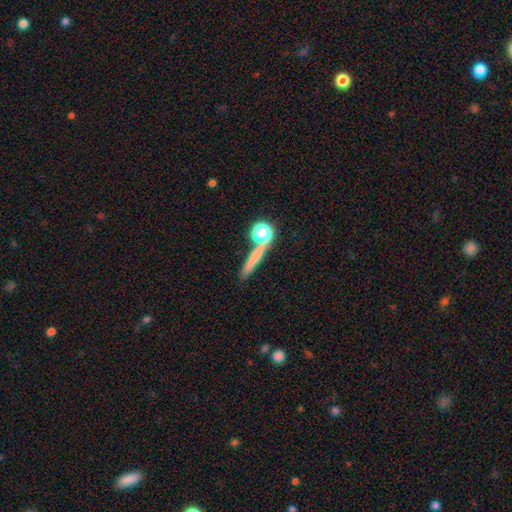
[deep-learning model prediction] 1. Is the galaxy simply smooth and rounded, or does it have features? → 62% smooth, 24% featured or disk, 15% star or artifact.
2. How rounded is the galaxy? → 68% cigar-shaped, 20% round, 12% in between.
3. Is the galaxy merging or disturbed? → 65% none, 18% merger, 11% minor disturbance, 6% major disturbance.